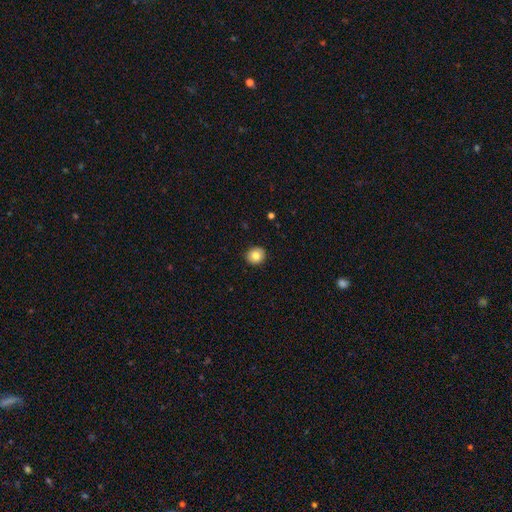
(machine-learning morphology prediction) Smooth or featured? smooth (80%)
How rounded? round (84%)
Merging? none (91%)